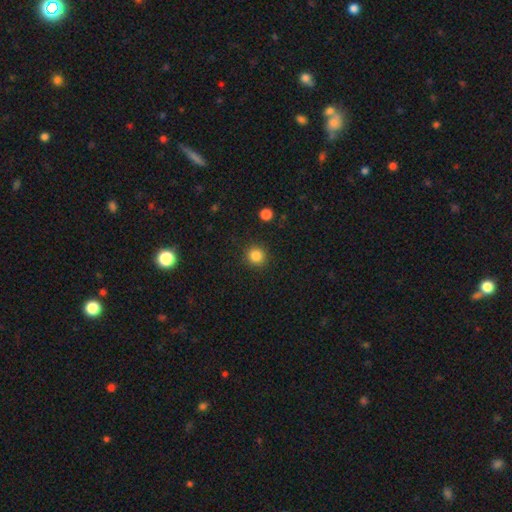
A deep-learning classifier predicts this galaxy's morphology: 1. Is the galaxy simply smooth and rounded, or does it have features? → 85% smooth, 11% star or artifact, 4% featured or disk.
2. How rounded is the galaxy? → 93% round, 6% in between, 1% cigar-shaped.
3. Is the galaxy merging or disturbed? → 91% none, 6% minor disturbance, 2% major disturbance, 1% merger.